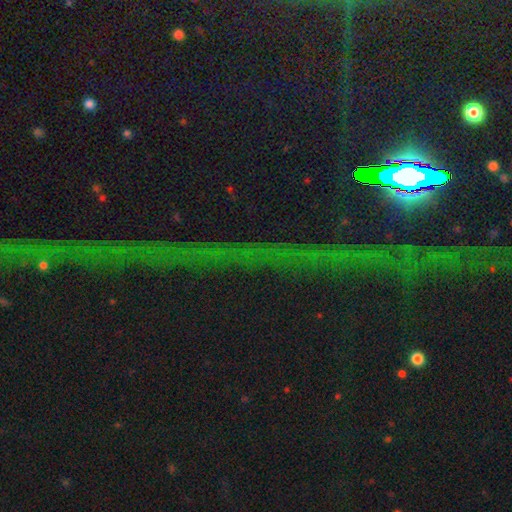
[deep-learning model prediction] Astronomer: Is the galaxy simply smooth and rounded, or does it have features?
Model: star or artifact — 85%.